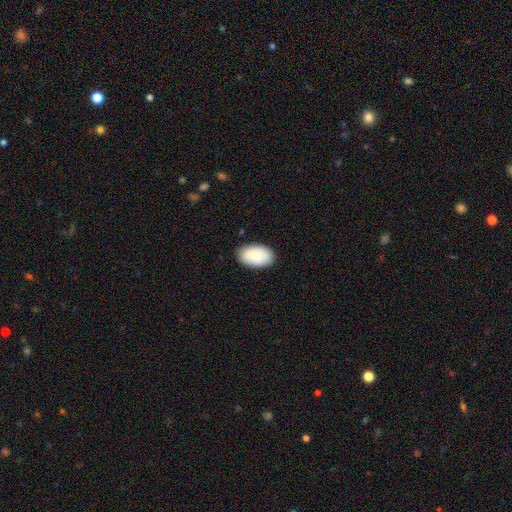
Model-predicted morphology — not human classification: Overall: smooth (85%). How rounded: in between (94%). Merging: none (86%).